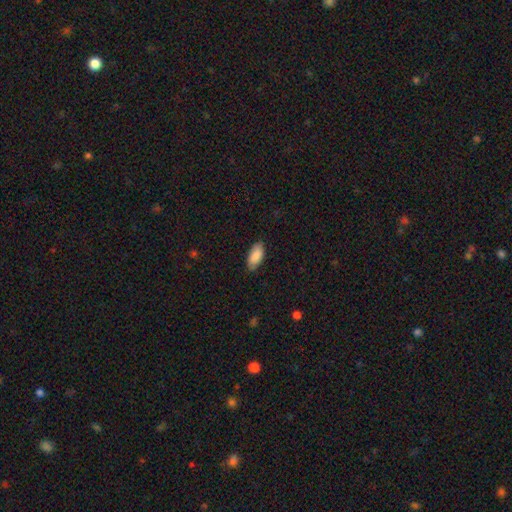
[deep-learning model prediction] A smooth galaxy with no disk features (88%) that is in between round and cigar-shaped (91%).

Vote fractions:
- Smooth or featured? smooth: 88% / featured or disk: 6% / star or artifact: 6%
- How rounded? in between: 91% / cigar-shaped: 8% / round: 2%
- Merging? none: 84% / minor disturbance: 13% / major disturbance: 2% / merger: 1%